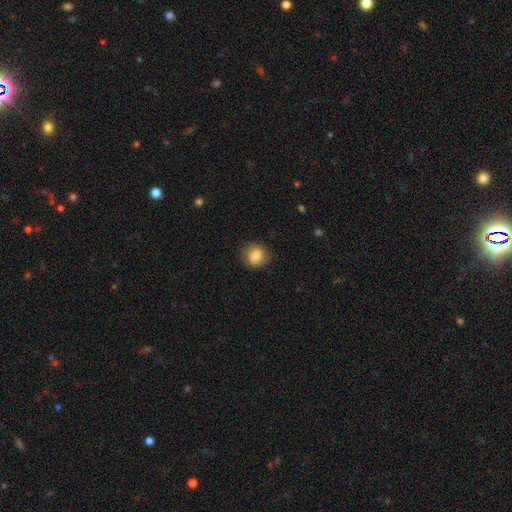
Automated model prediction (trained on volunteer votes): Q: Smooth or featured?
A: smooth (77%); runner-up: featured or disk (15%)
Q: How rounded?
A: round (74%); runner-up: in between (25%)
Q: Merging?
A: none (76%); runner-up: minor disturbance (17%)